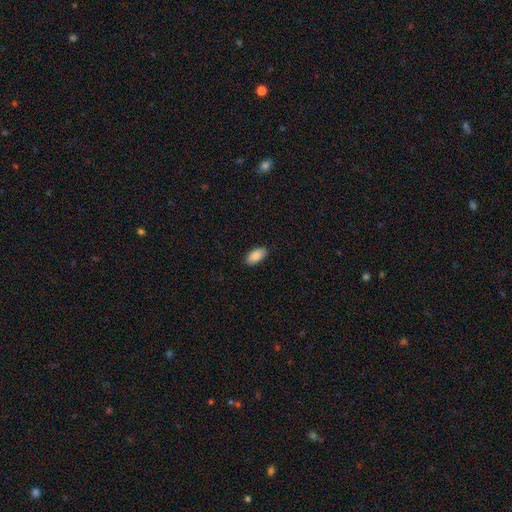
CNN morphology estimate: This is clearly a smooth galaxy (89%). How rounded: clearly in between (93%). Merging: clearly none (87%).